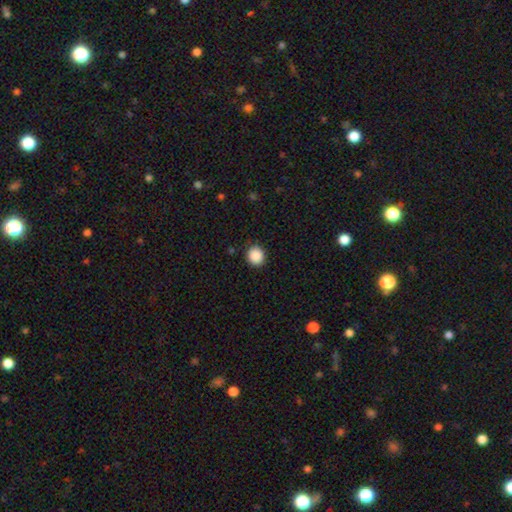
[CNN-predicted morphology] This appears to be a smooth galaxy with no disk features (88%) that is round (86%). Merging: none (91%).